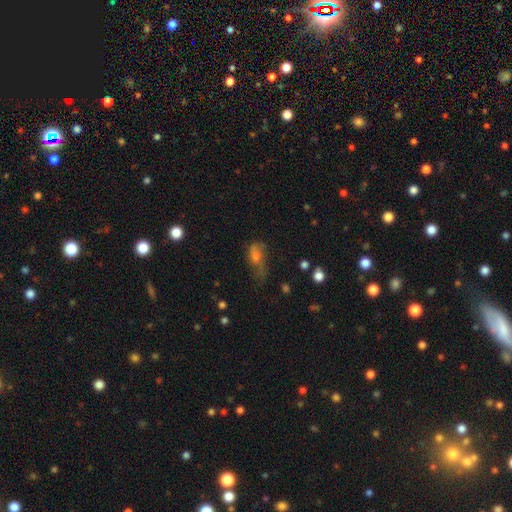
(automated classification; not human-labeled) Morphology: type=smooth (51%); roundness=in between (71%); merging=none (35%).